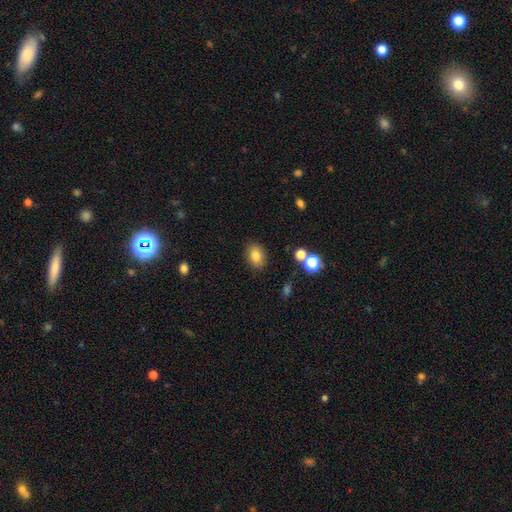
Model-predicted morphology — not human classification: Smooth or featured: smooth — 82% (star or artifact — 10%)
How rounded: in between — 71% (round — 28%)
Merging: none — 85% (minor disturbance — 9%)